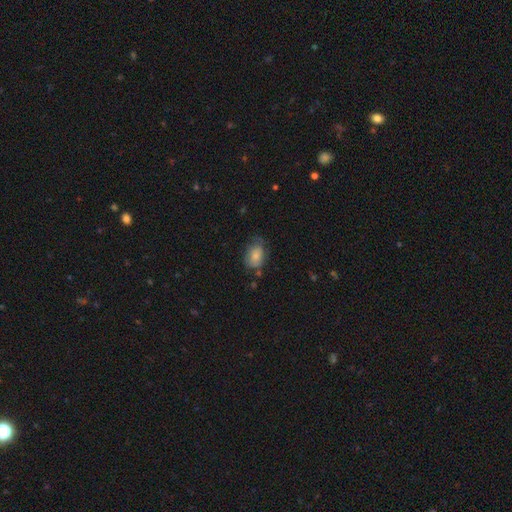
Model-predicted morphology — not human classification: smooth-or-featured: smooth: 77% | featured or disk: 16% | star or artifact: 8%
  how-rounded: in between: 80% | round: 19% | cigar-shaped: 1%
  merging: none: 53% | minor disturbance: 32% | major disturbance: 12% | merger: 3%